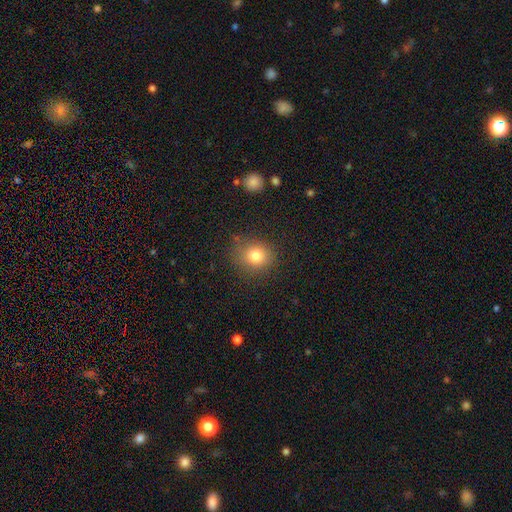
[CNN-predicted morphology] This appears to be a smooth galaxy with no disk features (79%) that is round (74%). Merging: none (80%).